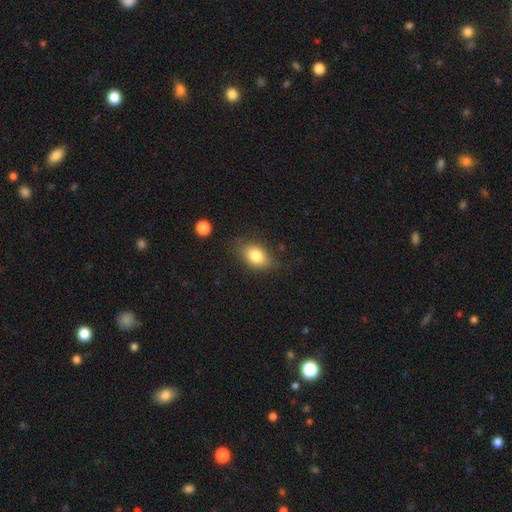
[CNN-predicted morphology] Smooth or featured? smooth (81%)
How rounded? in between (83%)
Merging? none (75%)